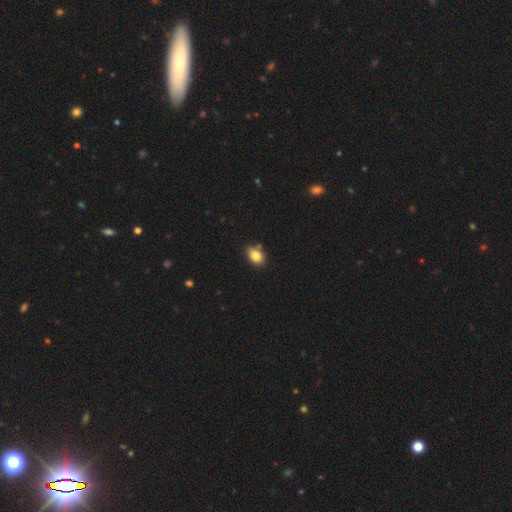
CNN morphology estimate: smooth-or-featured: smooth: 83% | star or artifact: 9% | featured or disk: 8%
  how-rounded: in between: 78% | round: 21% | cigar-shaped: 2%
  merging: none: 73% | minor disturbance: 18% | merger: 6% | major disturbance: 3%